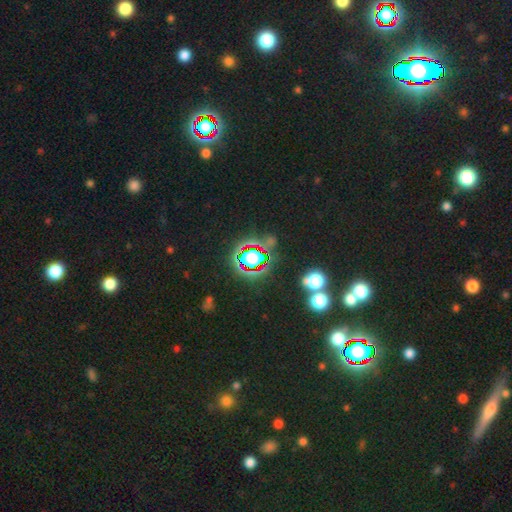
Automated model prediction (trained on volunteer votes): Q: Smooth or featured?
A: star or artifact (81%); runner-up: smooth (12%)